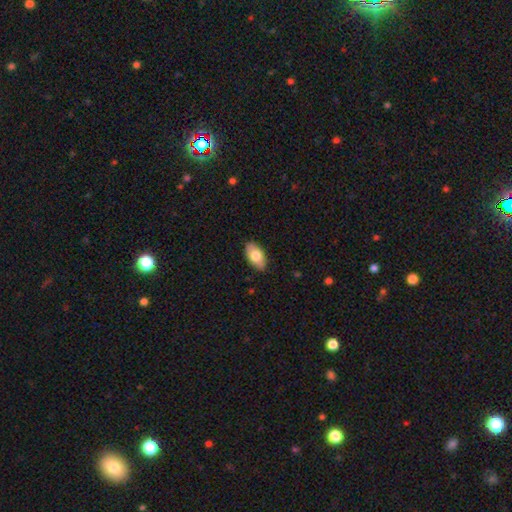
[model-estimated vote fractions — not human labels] smooth 75%, featured or disk 19%, star or artifact 6%. Down the decision tree: how rounded — in between (94%); merging — none (86%).